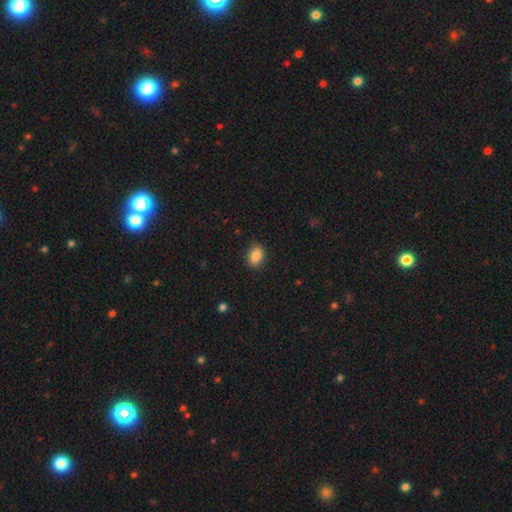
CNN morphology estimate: Smooth or featured? Predicted: smooth (p=0.88). How rounded? Predicted: in between (p=0.73). Merging? Predicted: none (p=0.87).